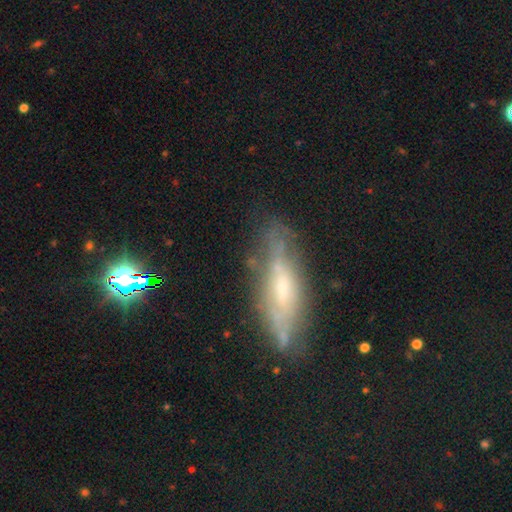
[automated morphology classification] A featured or disk galaxy (57%) viewed edge-on (66%).

Vote fractions:
- Smooth or featured? featured or disk: 57% / smooth: 26% / star or artifact: 18%
- Edge-on disk? yes: 66% / no: 34%
- Merging? none: 73% / minor disturbance: 19% / major disturbance: 6% / merger: 2%